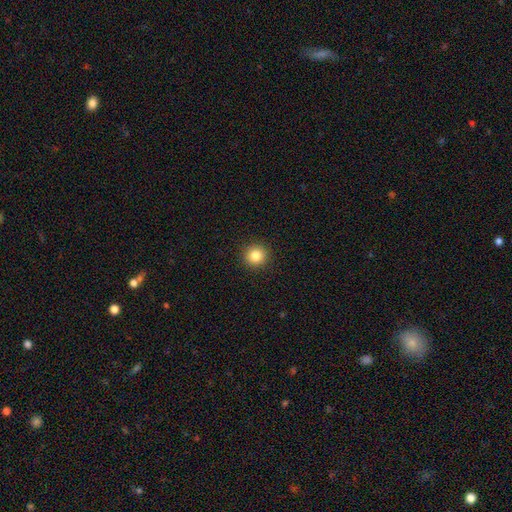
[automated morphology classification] Smooth or featured: smooth — 84% (star or artifact — 11%)
How rounded: round — 93% (in between — 6%)
Merging: none — 92% (minor disturbance — 5%)